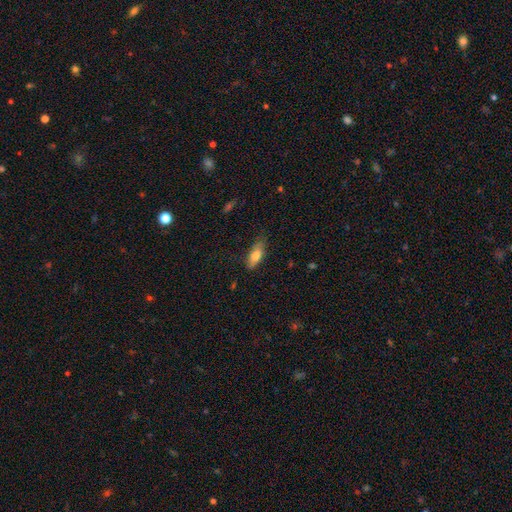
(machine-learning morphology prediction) This is likely a smooth galaxy (78%). How rounded: likely in between (75%). Merging: likely none (72%).